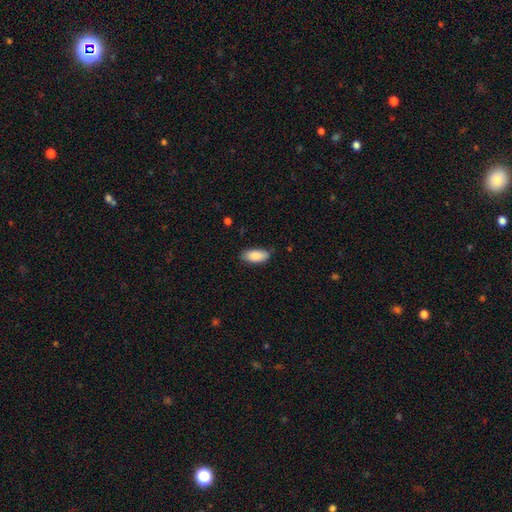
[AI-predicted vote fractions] smooth 86%, featured or disk 7%, star or artifact 6%. Down the decision tree: how rounded — in between (90%); merging — none (79%).